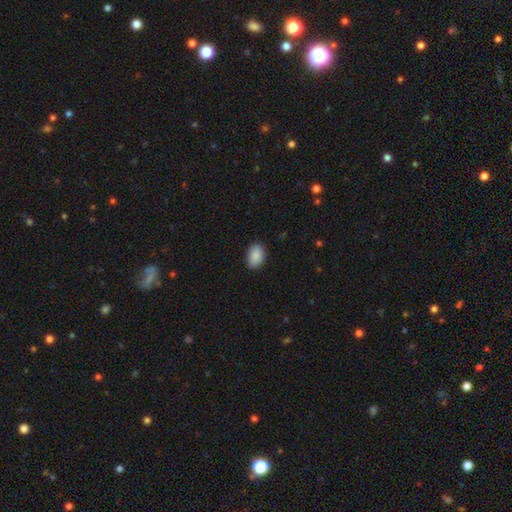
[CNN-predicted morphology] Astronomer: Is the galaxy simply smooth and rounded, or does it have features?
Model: smooth — 90%.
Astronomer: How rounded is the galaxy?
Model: in between — 87%.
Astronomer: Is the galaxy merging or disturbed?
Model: none — 86%.